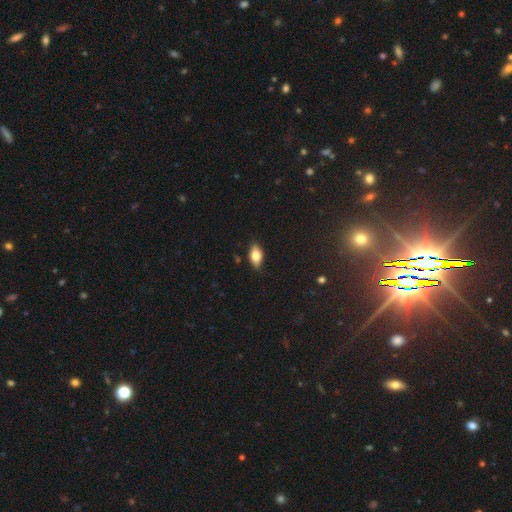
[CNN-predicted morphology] Smooth or featured? smooth (77%)
How rounded? in between (89%)
Merging? none (83%)